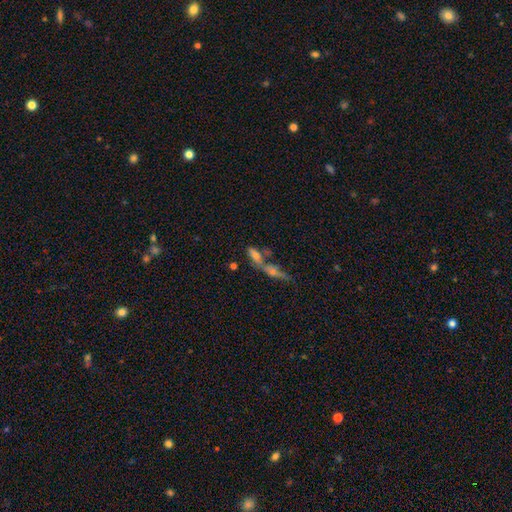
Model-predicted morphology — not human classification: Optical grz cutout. It shows a smooth galaxy with no disk features (49%). Merging: merger (57%).